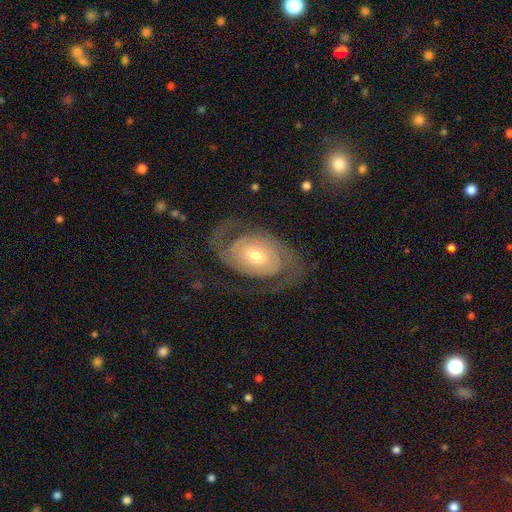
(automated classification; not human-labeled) Smooth or featured?
  - featured or disk: 87% *
  - smooth: 8%
  - star or artifact: 5%
Edge-on disk?
  - no: 97% *
  - yes: 3%
Bar?
  - no: 68% *
  - weak: 24%
  - strong: 8%
Spiral arms?
  - yes: 95% *
  - no: 5%
Spiral winding?
  - tight: 54% *
  - medium: 33%
  - loose: 12%
Spiral arm count?
  - 2: 84% *
  - can't tell: 7%
  - 3: 3%
  - 1: 3%
  - 4: 2%
  - more than 4: 2%
Bulge size?
  - moderate: 54% *
  - small: 40%
  - large: 4%
  - dominant: 1%
  - none: 1%
Merging?
  - none: 72% *
  - major disturbance: 13%
  - minor disturbance: 13%
  - merger: 1%